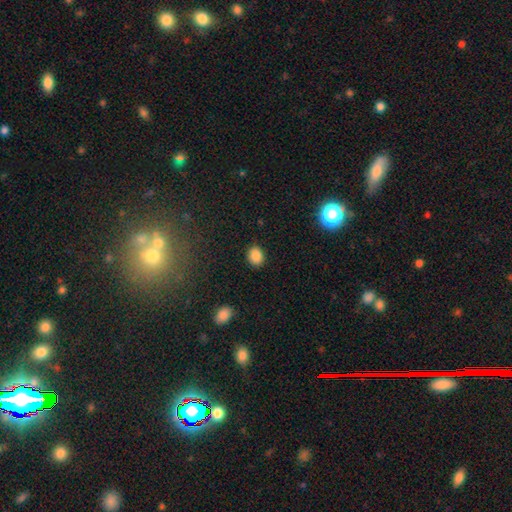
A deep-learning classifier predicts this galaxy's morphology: smooth_or_featured: smooth (p=0.87) [alt: star or artifact p=0.10]
how_rounded: in between (p=0.51) [alt: round p=0.48]
merging: none (p=0.86) [alt: minor disturbance p=0.10]